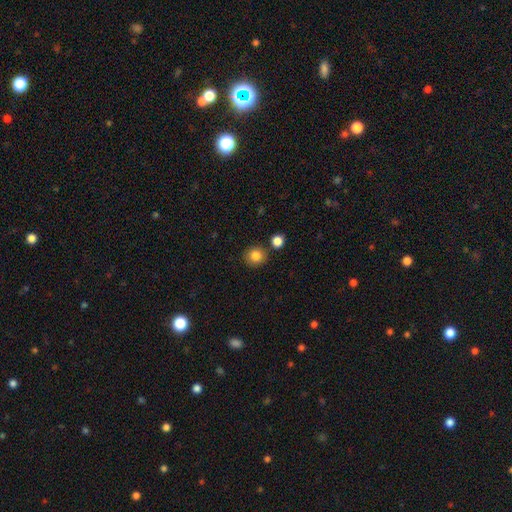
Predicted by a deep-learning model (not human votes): Overall: smooth (84%). How rounded: round (86%). Merging: none (84%).